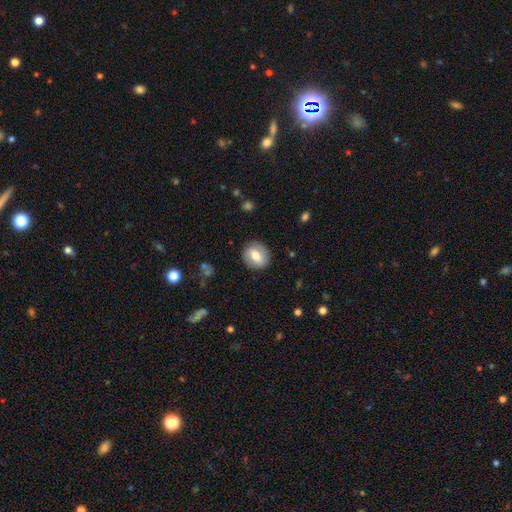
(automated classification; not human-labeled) The model was most divided on "how rounded": round: 61%, in between: 38%, cigar-shaped: 1%. More confident: merging — none (85%); smooth or featured — smooth (64%).